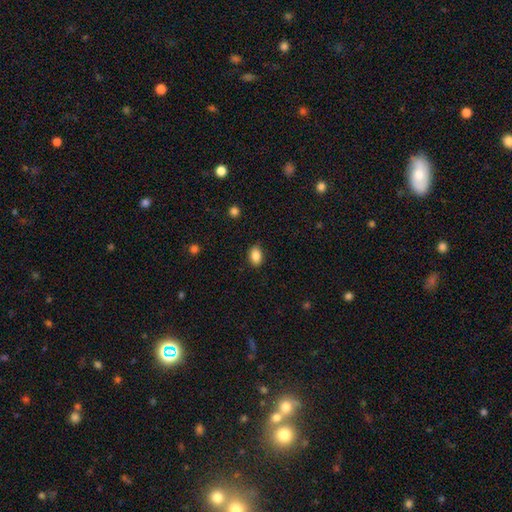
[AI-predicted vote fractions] Smooth or featured? Predicted: smooth (p=0.88). How rounded? Predicted: in between (p=0.85). Merging? Predicted: none (p=0.85).